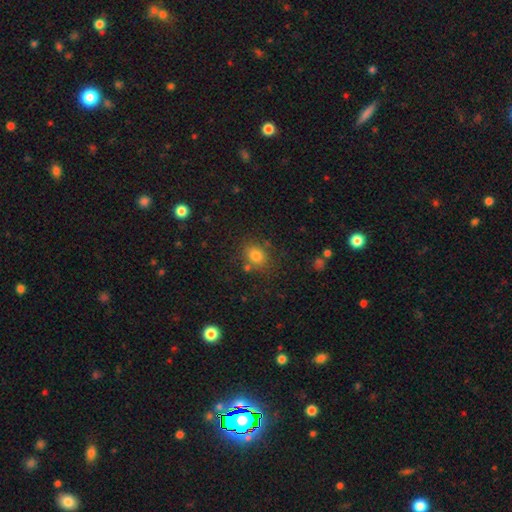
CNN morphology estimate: A smooth galaxy with no disk features (80%) that is round (54%).

Vote fractions:
- Smooth or featured? smooth: 80% / star or artifact: 12% / featured or disk: 8%
- How rounded? round: 54% / in between: 45% / cigar-shaped: 1%
- Merging? none: 75% / minor disturbance: 13% / merger: 8% / major disturbance: 5%